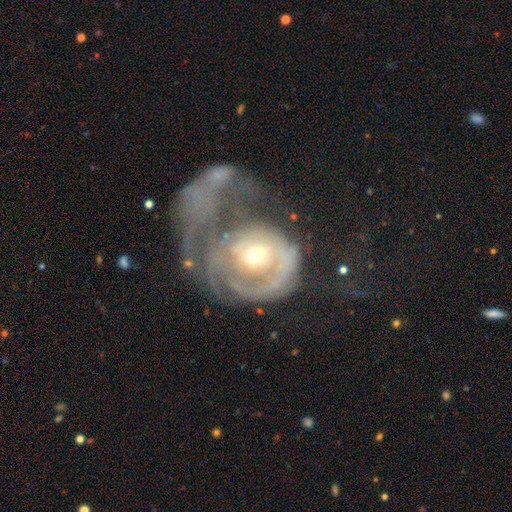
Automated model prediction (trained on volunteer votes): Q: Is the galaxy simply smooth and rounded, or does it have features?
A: featured or disk — 74%.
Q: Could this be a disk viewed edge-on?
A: no — 97%.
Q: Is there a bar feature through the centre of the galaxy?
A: no — 65%.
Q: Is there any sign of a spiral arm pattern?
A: yes — 69%.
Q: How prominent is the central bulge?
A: moderate — 53%.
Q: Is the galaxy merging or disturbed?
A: merger — 41%.